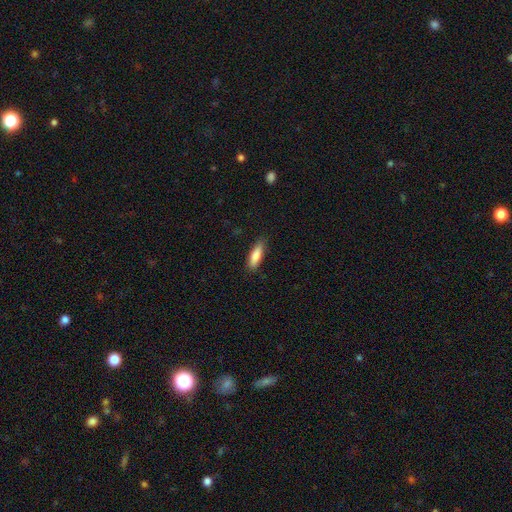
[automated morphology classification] The model was most divided on "how rounded": cigar-shaped: 50%, in between: 48%, round: 2%. More confident: smooth or featured — smooth (85%); merging — none (84%).